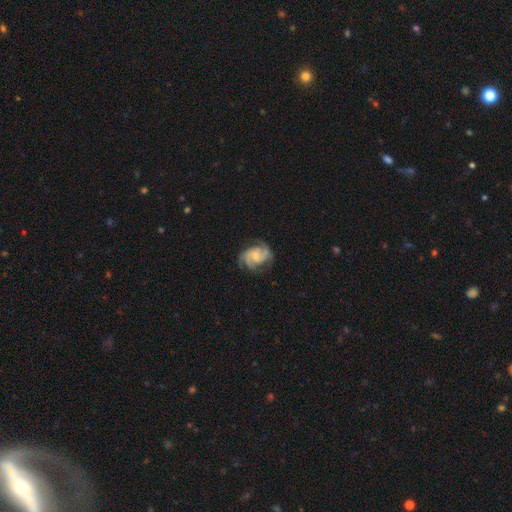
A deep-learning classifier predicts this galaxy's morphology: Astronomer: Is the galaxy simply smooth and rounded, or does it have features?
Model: featured or disk — 87%.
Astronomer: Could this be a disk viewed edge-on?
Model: no — 98%.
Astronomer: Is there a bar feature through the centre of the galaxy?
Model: no — 51% (runner-up: weak, 40%).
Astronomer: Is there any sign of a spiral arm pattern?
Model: yes — 98%.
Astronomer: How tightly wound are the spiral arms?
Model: medium — 51% (runner-up: tight, 35%).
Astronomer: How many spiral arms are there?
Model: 3 — 43% (runner-up: 2, 31%).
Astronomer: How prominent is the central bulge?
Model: small — 51% (runner-up: moderate, 35%).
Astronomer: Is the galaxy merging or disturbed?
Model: none — 73%.